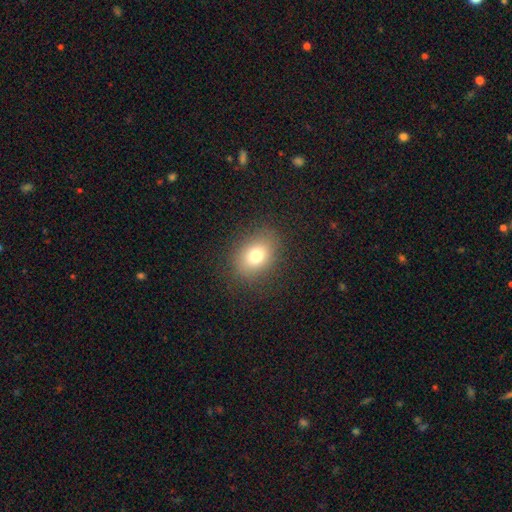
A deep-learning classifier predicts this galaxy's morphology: smooth_or_featured: smooth (p=0.76) [alt: star or artifact p=0.13]
how_rounded: in between (p=0.59) [alt: round p=0.40]
merging: none (p=0.85) [alt: minor disturbance p=0.10]